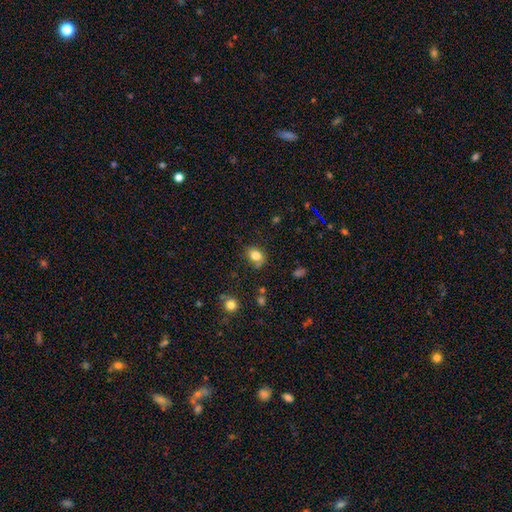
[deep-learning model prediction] smooth-or-featured: smooth: 80% | star or artifact: 11% | featured or disk: 8%
  how-rounded: in between: 58% | round: 41% | cigar-shaped: 1%
  merging: none: 71% | minor disturbance: 20% | major disturbance: 5% | merger: 4%